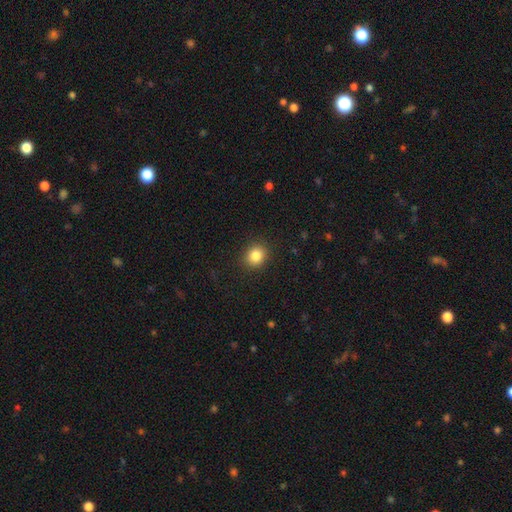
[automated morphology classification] Smooth or featured?
  - smooth: 85% *
  - star or artifact: 11%
  - featured or disk: 5%
How rounded?
  - round: 78% *
  - in between: 21%
  - cigar-shaped: 1%
Merging?
  - none: 90% *
  - minor disturbance: 7%
  - major disturbance: 2%
  - merger: 1%